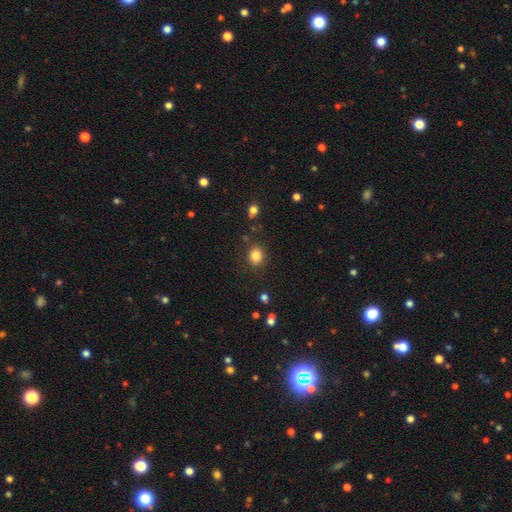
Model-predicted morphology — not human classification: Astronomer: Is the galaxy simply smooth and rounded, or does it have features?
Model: smooth — 84%.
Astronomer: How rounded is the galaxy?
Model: round — 73%.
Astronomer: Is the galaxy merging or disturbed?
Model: none — 83%.